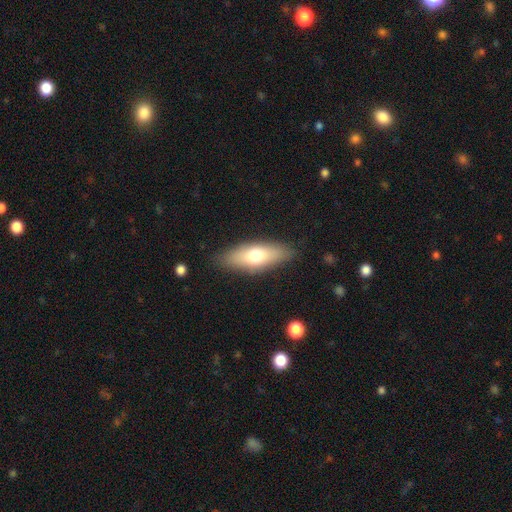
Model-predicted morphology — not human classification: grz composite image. It shows a smooth galaxy with no disk features (68%) that is in between round and cigar-shaped (66%). Merging: none (86%).